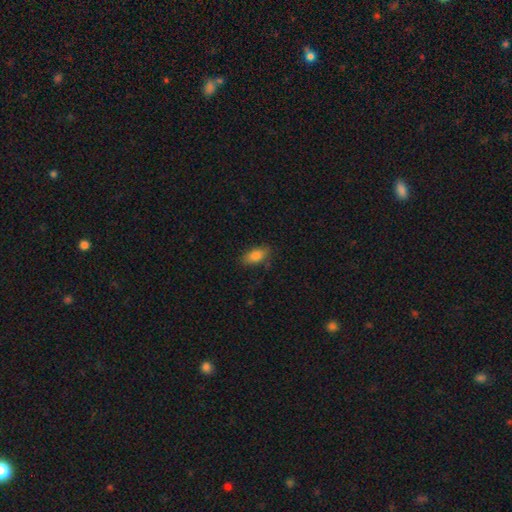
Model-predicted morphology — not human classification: type=smooth (84%); roundness=in between (89%); merging=none (81%).